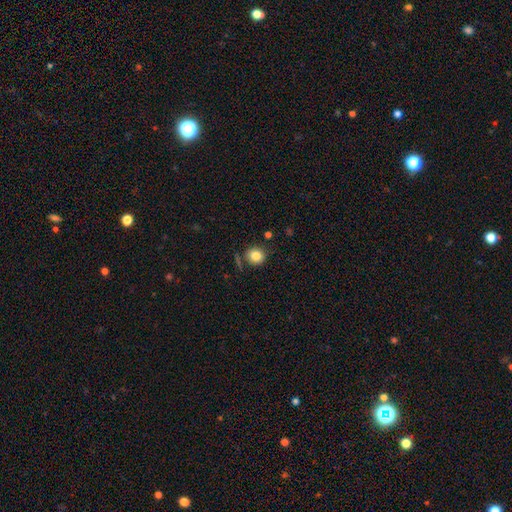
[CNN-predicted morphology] A smooth galaxy with no disk features (82%) that is round (86%).

Vote fractions:
- Smooth or featured? smooth: 82% / star or artifact: 11% / featured or disk: 8%
- How rounded? round: 86% / in between: 13% / cigar-shaped: 1%
- Merging? none: 82% / minor disturbance: 10% / merger: 5% / major disturbance: 3%